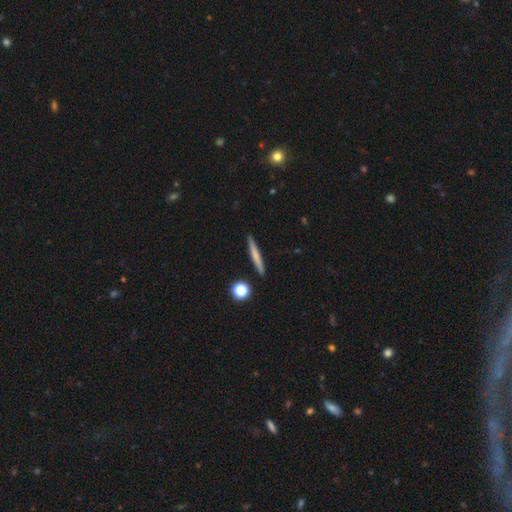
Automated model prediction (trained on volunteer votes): Smooth or featured? smooth (64%)
How rounded? cigar-shaped (94%)
Merging? none (91%)